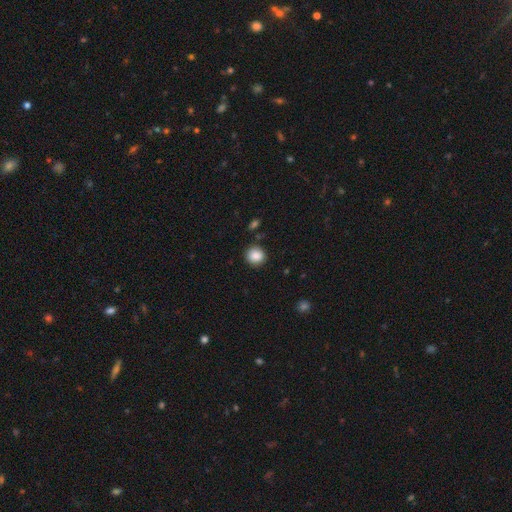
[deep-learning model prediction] Overall: smooth (86%). How rounded: round (91%). Merging: none (89%).